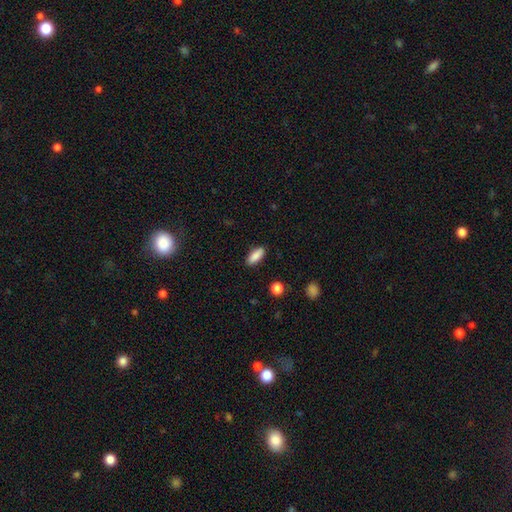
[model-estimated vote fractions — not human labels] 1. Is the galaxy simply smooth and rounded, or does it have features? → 87% smooth, 7% star or artifact, 6% featured or disk.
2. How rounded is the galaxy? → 79% in between, 19% cigar-shaped, 2% round.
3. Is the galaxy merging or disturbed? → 88% none, 9% minor disturbance, 2% major disturbance, 1% merger.